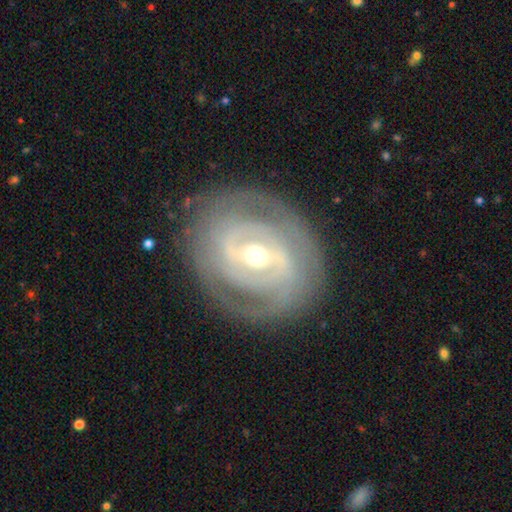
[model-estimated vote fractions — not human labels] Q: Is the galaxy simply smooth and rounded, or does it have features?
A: featured or disk — 85%.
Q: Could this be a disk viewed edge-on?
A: no — 95%.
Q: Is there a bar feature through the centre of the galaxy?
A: strong — 43%.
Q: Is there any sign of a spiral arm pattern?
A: yes — 84%.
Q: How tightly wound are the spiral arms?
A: tight — 70%.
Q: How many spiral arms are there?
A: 2 — 43%.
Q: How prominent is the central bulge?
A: moderate — 61%.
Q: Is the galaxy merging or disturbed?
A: none — 80%.